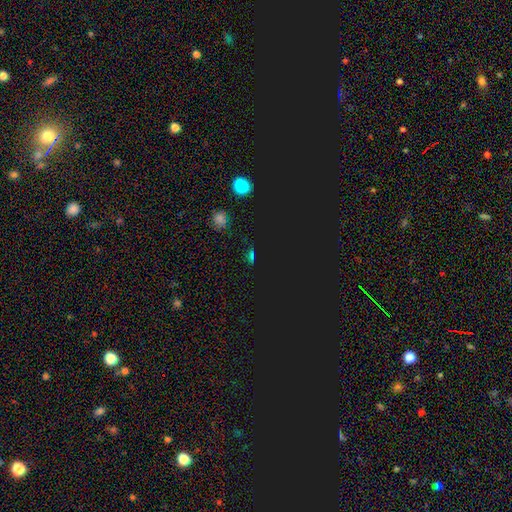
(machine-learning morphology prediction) Smooth or featured? Predicted: star or artifact (p=0.73).